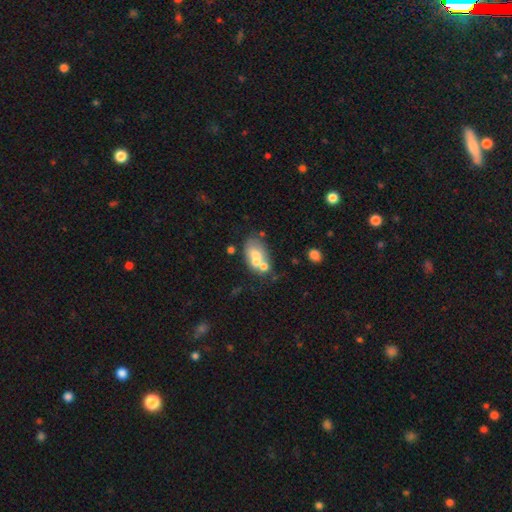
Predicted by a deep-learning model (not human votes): A smooth galaxy with no disk features (55%) that is in between round and cigar-shaped (84%).

Vote fractions:
- Smooth or featured? smooth: 55% / featured or disk: 34% / star or artifact: 10%
- How rounded? in between: 84% / round: 14% / cigar-shaped: 2%
- Merging? merger: 43% / none: 31% / minor disturbance: 15% / major disturbance: 11%